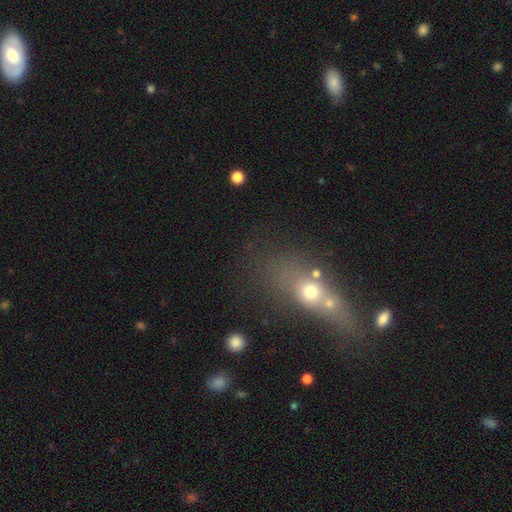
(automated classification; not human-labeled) A smooth galaxy with no disk features (42%).

Vote fractions:
- Smooth or featured? smooth: 42% / featured or disk: 29% / star or artifact: 28%
- Merging? merger: 49% / none: 29% / minor disturbance: 11% / major disturbance: 11%